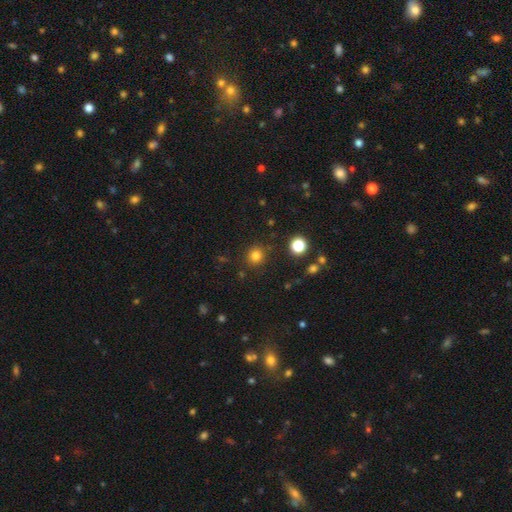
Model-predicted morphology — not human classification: Overall: smooth (81%). How rounded: round (90%). Merging: none (87%).